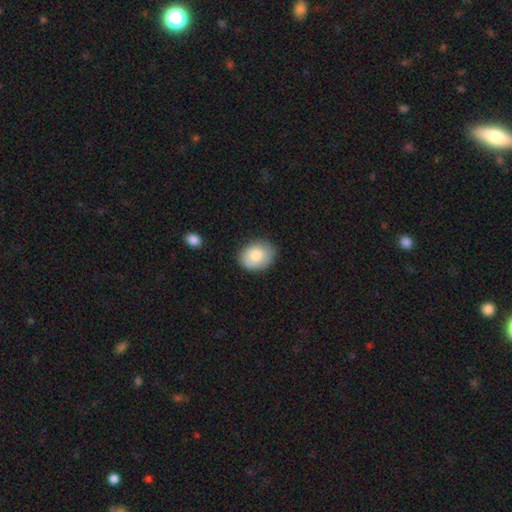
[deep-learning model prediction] A smooth galaxy with no disk features (81%) that is in between round and cigar-shaped (61%). Merging: none (82%).